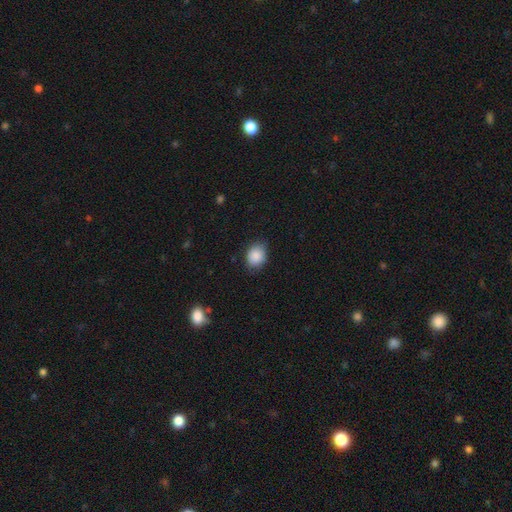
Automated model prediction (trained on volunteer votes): Smooth or featured? Predicted: smooth (p=0.88). How rounded? Predicted: in between (p=0.54). Merging? Predicted: none (p=0.78).